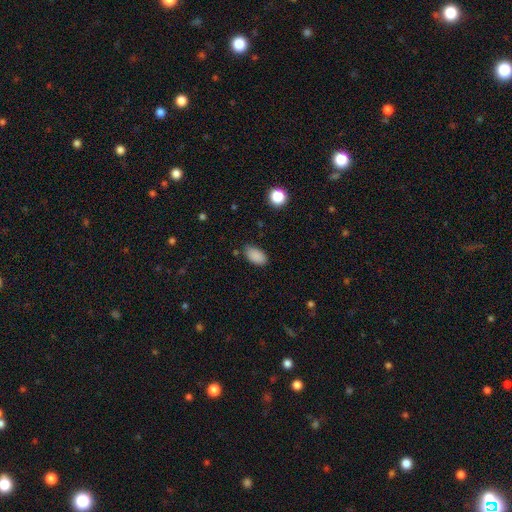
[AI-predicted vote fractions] A smooth galaxy with no disk features (88%) that is in between round and cigar-shaped (94%). Merging: none (82%).